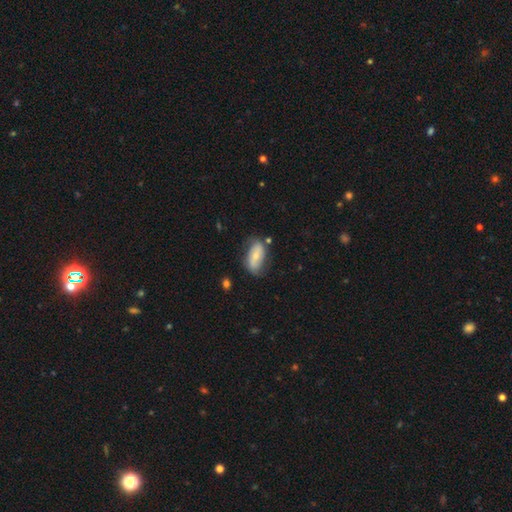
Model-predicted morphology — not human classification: Overall: smooth (49%; featured or disk 45%). Merging: none (62%; minor disturbance 26%).